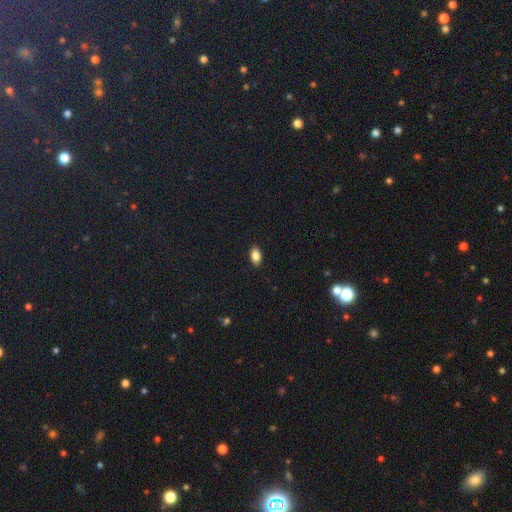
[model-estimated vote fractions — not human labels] A smooth galaxy with no disk features (85%) that is in between round and cigar-shaped (91%).

Vote fractions:
- Smooth or featured? smooth: 85% / star or artifact: 9% / featured or disk: 7%
- How rounded? in between: 91% / round: 6% / cigar-shaped: 3%
- Merging? none: 89% / minor disturbance: 8% / major disturbance: 2% / merger: 1%